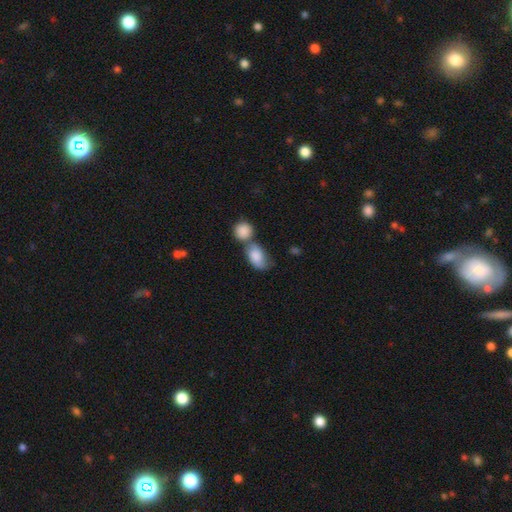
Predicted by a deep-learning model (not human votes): Smooth or featured?
  - smooth: 82% *
  - featured or disk: 12%
  - star or artifact: 6%
How rounded?
  - in between: 86% *
  - round: 12%
  - cigar-shaped: 2%
Merging?
  - merger: 54% *
  - none: 27%
  - minor disturbance: 13%
  - major disturbance: 6%